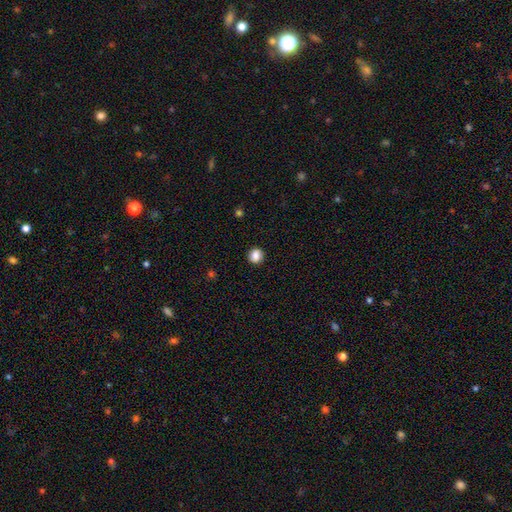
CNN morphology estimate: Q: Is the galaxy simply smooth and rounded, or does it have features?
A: smooth — 85%.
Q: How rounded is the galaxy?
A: round — 83%.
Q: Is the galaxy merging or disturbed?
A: none — 90%.